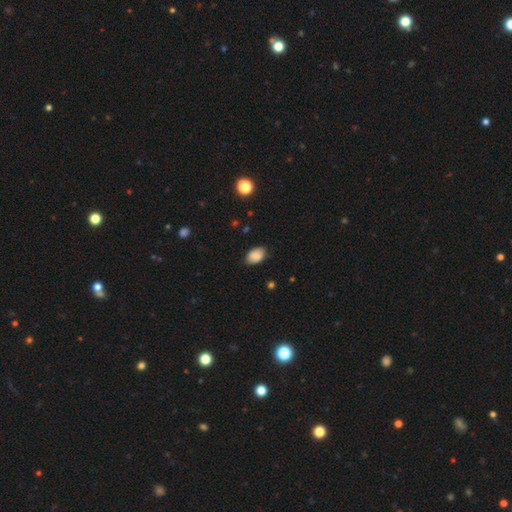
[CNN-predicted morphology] Smooth or featured?
  - smooth: 88% *
  - star or artifact: 7%
  - featured or disk: 5%
How rounded?
  - in between: 88% *
  - round: 11%
  - cigar-shaped: 1%
Merging?
  - none: 83% *
  - minor disturbance: 13%
  - major disturbance: 3%
  - merger: 1%